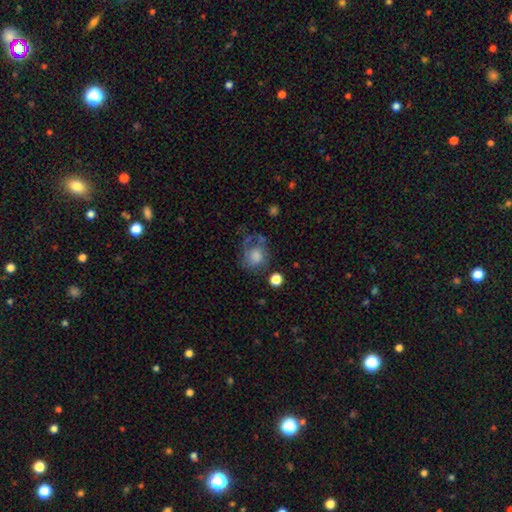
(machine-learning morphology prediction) smooth_or_featured: smooth (p=0.59) [alt: featured or disk p=0.28]
how_rounded: round (p=0.69) [alt: in between p=0.30]
merging: none (p=0.42) [alt: major disturbance p=0.27]